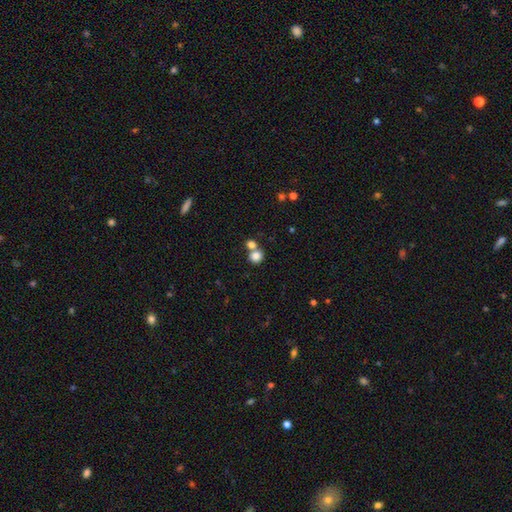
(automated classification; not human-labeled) smooth-or-featured: smooth: 83% | star or artifact: 11% | featured or disk: 7%
  how-rounded: round: 83% | in between: 16% | cigar-shaped: 1%
  merging: none: 51% | merger: 39% | minor disturbance: 7% | major disturbance: 3%